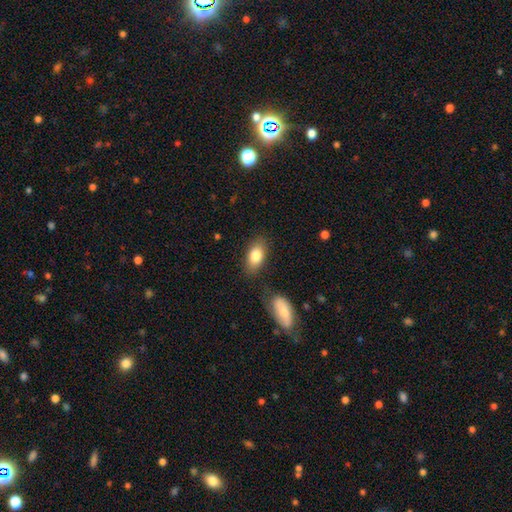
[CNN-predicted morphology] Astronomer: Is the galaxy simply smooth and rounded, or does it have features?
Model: smooth — 82%.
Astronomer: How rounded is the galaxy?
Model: in between — 89%.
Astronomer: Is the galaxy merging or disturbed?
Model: none — 79%.